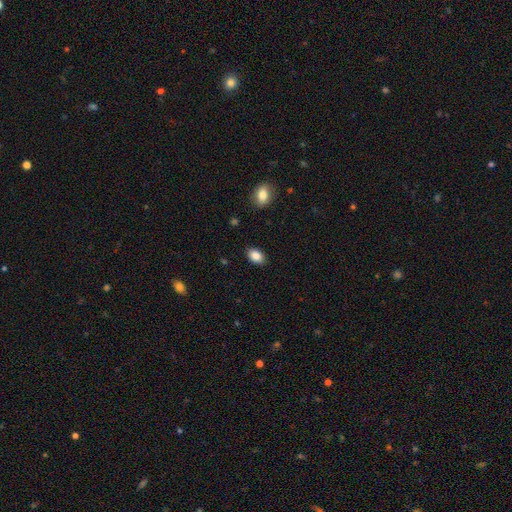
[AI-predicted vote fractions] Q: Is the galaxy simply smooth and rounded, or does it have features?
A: smooth — 86%.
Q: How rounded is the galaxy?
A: in between — 87%.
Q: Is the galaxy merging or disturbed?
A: none — 88%.